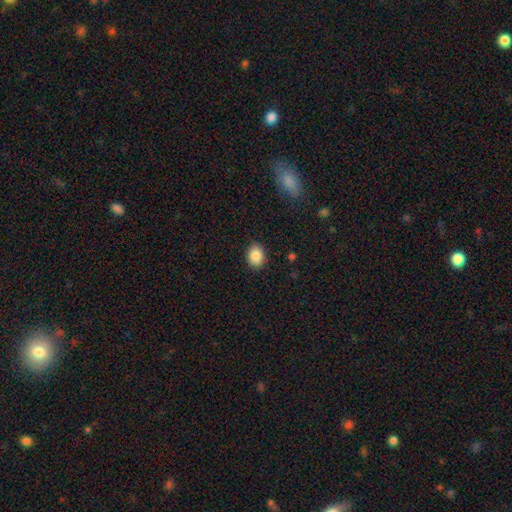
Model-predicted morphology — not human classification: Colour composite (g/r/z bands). It shows a smooth galaxy with no disk features (88%) that is in between round and cigar-shaped (56%). Merging: none (86%).